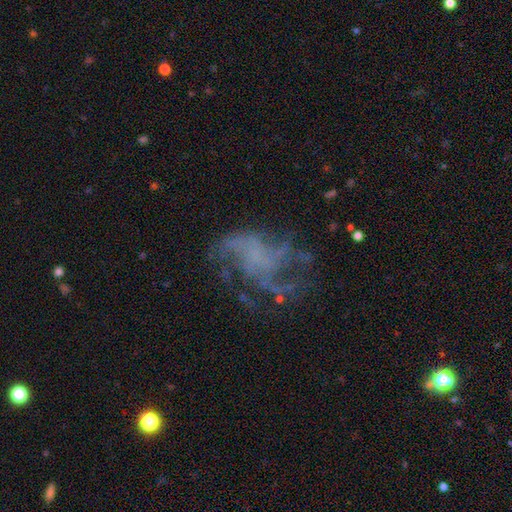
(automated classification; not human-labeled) smooth-or-featured: featured or disk: 70% | star or artifact: 17% | smooth: 14%
  disk-edge-on: no: 97% | yes: 3%
    bar: no: 79% | weak: 17% | strong: 4%
    has-spiral-arms: yes: 70% | no: 30%
    bulge-size: none: 75% | small: 12% | moderate: 8% | large: 4% | dominant: 1%
  merging: none: 50% | major disturbance: 32% | minor disturbance: 16% | merger: 2%